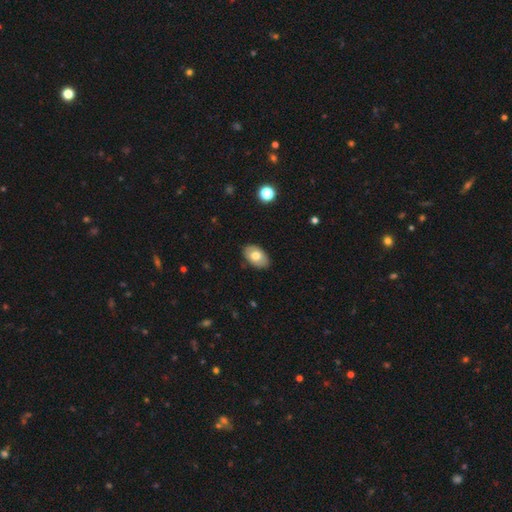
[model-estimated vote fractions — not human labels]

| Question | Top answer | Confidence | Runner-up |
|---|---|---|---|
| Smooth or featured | smooth | 72% | featured or disk (21%) |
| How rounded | in between | 91% | round (8%) |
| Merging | none | 86% | minor disturbance (11%) |